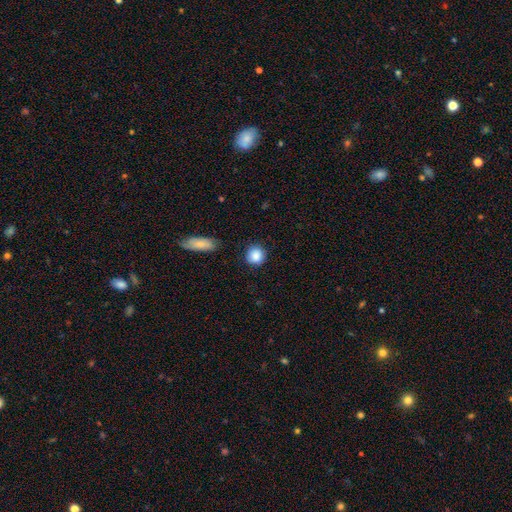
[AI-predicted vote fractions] Smooth or featured: smooth — 87% (star or artifact — 8%)
How rounded: round — 88% (in between — 11%)
Merging: none — 84% (minor disturbance — 11%)